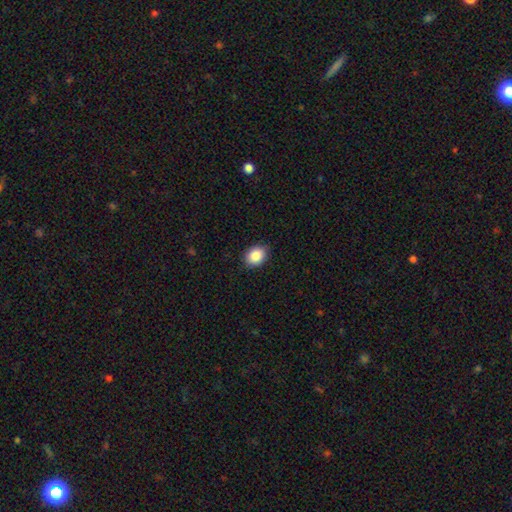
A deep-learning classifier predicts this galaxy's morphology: Smooth or featured? smooth (87%)
How rounded? in between (61%)
Merging? none (87%)